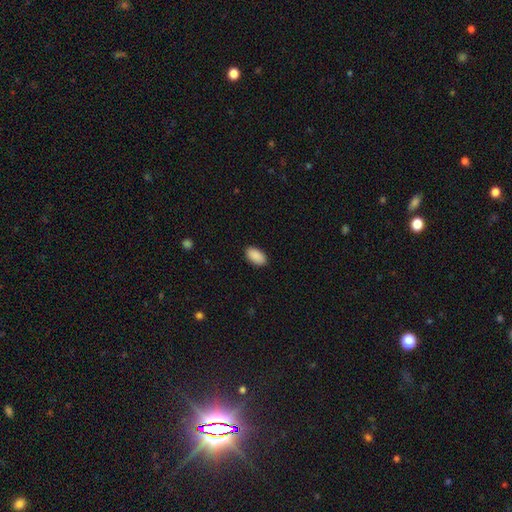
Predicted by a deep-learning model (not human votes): A smooth galaxy with no disk features (91%) that is in between round and cigar-shaped (95%). Merging: none (89%).